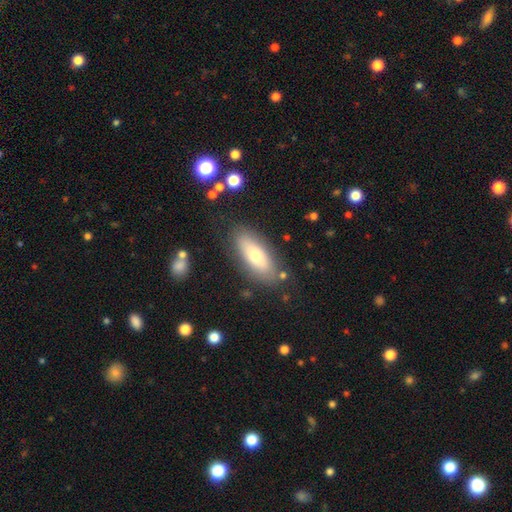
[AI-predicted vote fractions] smooth-or-featured: smooth: 64% | featured or disk: 29% | star or artifact: 7%
  how-rounded: in between: 75% | cigar-shaped: 23% | round: 3%
  merging: none: 81% | minor disturbance: 12% | major disturbance: 4% | merger: 3%